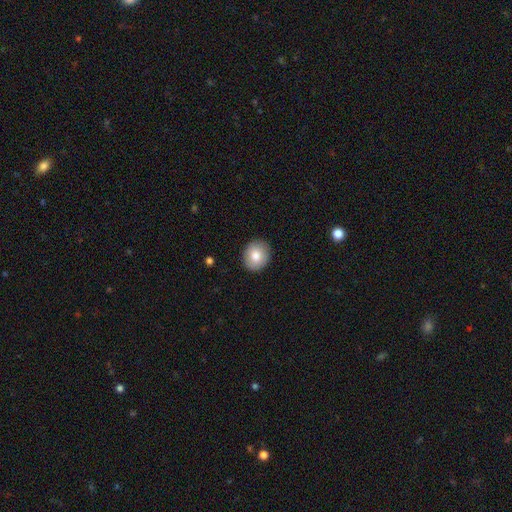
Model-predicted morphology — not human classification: Smooth or featured: smooth — 80% (featured or disk — 12%)
How rounded: round — 71% (in between — 28%)
Merging: none — 89% (minor disturbance — 8%)